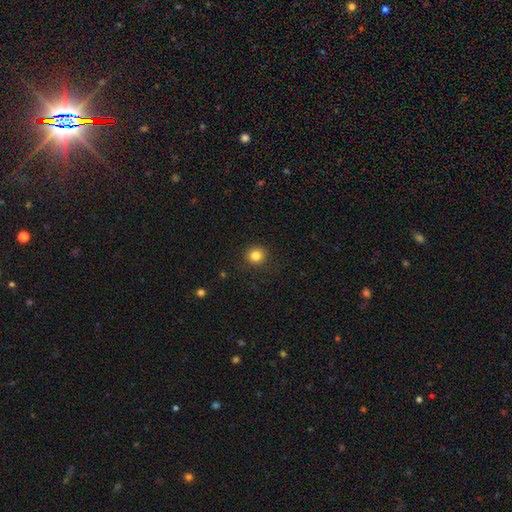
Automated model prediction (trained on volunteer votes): Morphology: type=smooth (83%); roundness=round (91%); merging=none (90%).